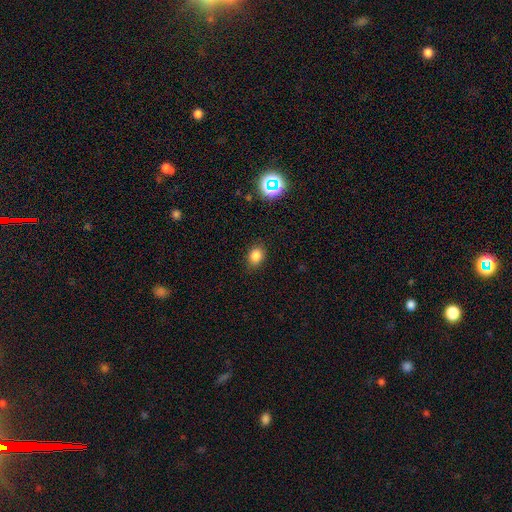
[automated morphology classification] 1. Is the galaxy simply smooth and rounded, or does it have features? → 82% smooth, 13% star or artifact, 5% featured or disk.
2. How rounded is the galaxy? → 52% in between, 47% round, 1% cigar-shaped.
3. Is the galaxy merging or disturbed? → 85% none, 11% minor disturbance, 3% major disturbance, 1% merger.